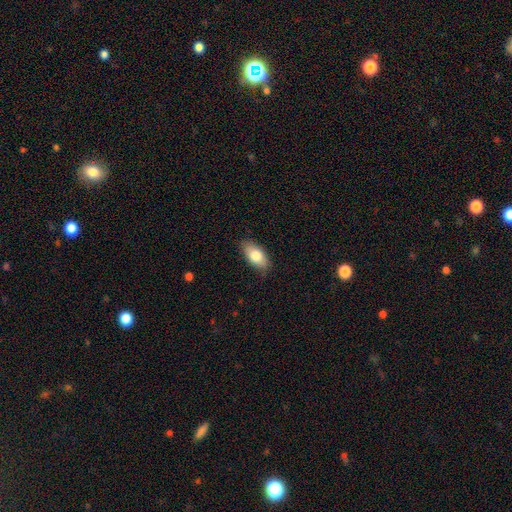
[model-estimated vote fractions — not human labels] Morphology: type=smooth (80%); roundness=in between (90%); merging=none (86%).